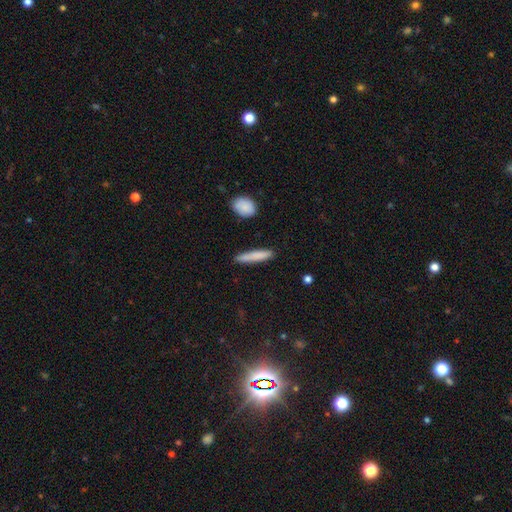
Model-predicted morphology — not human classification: Smooth or featured?
  - smooth: 80% *
  - featured or disk: 14%
  - star or artifact: 6%
How rounded?
  - cigar-shaped: 90% *
  - in between: 9%
  - round: 2%
Merging?
  - none: 86% *
  - minor disturbance: 10%
  - major disturbance: 2%
  - merger: 2%